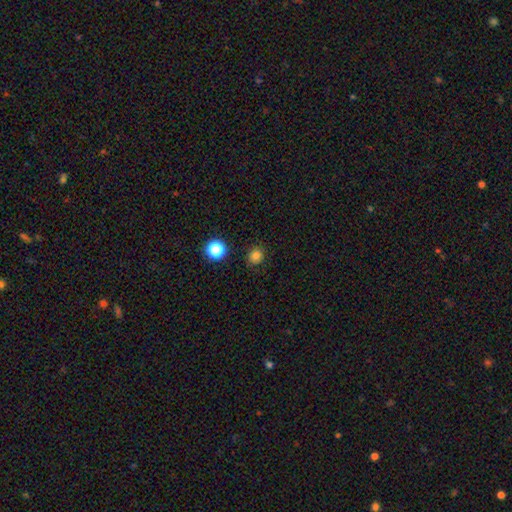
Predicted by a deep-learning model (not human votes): A smooth galaxy with no disk features (81%) that is round (88%).

Vote fractions:
- Smooth or featured? smooth: 81% / star or artifact: 15% / featured or disk: 4%
- How rounded? round: 88% / in between: 11% / cigar-shaped: 1%
- Merging? none: 89% / minor disturbance: 8% / major disturbance: 2% / merger: 2%